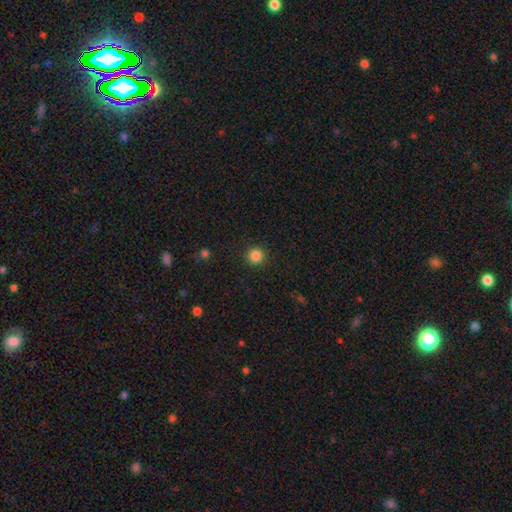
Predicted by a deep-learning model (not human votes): The model was most divided on "smooth or featured": smooth: 85%, star or artifact: 11%, featured or disk: 4%. More confident: how rounded — round (94%); merging — none (92%).